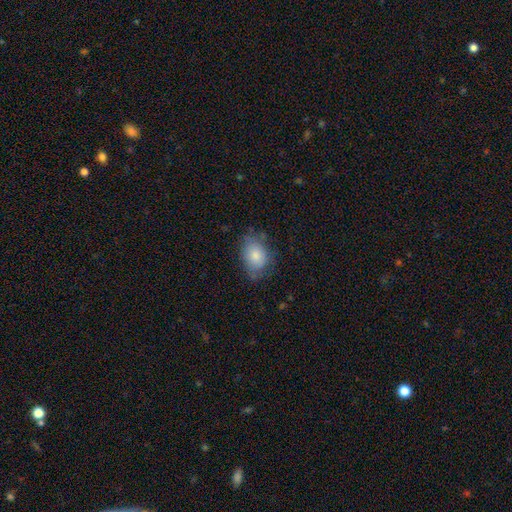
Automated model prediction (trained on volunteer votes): A smooth galaxy with no disk features (80%) that is in between round and cigar-shaped (71%).

Vote fractions:
- Smooth or featured? smooth: 80% / featured or disk: 12% / star or artifact: 8%
- How rounded? in between: 71% / round: 28% / cigar-shaped: 1%
- Merging? none: 66% / minor disturbance: 26% / major disturbance: 7% / merger: 2%